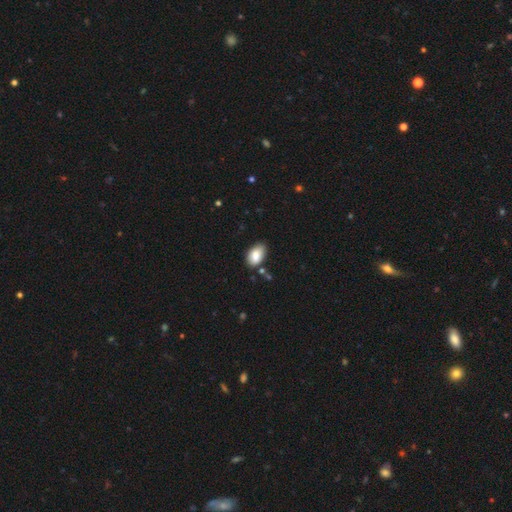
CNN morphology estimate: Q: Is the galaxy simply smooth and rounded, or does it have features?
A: smooth — 83%.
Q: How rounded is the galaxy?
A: in between — 91%.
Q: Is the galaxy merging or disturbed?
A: none — 68%.